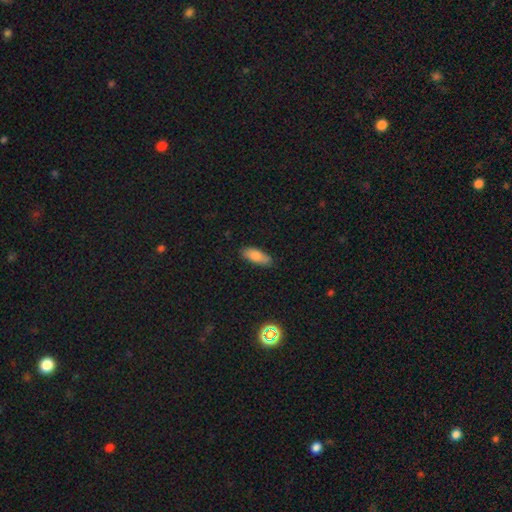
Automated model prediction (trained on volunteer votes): Smooth or featured? Predicted: smooth (p=0.81). How rounded? Predicted: in between (p=0.71). Merging? Predicted: none (p=0.82).